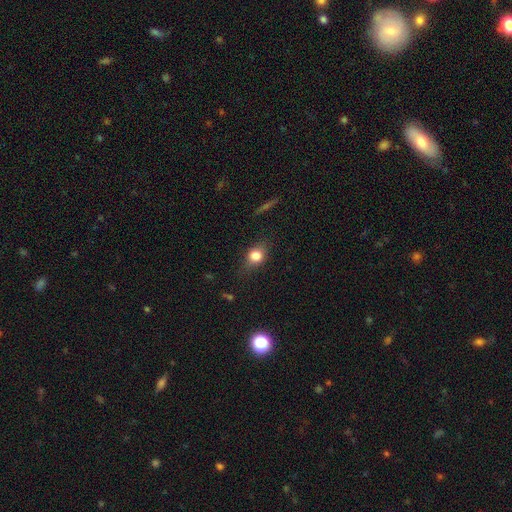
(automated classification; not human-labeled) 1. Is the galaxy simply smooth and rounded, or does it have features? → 74% smooth, 15% featured or disk, 12% star or artifact.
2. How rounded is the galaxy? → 48% in between (tied), 48% round (tied), 4% cigar-shaped.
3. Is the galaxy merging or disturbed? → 75% none, 18% minor disturbance, 5% major disturbance, 1% merger.